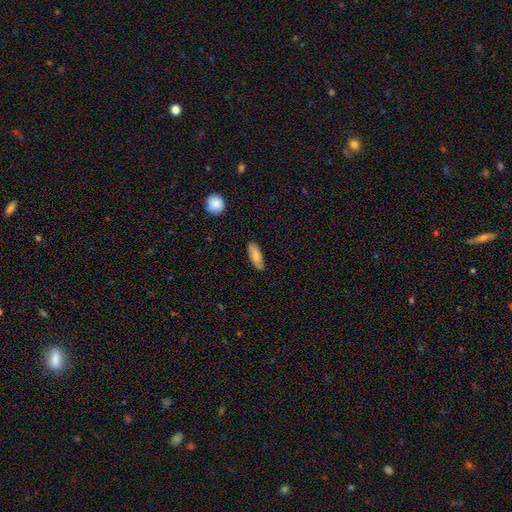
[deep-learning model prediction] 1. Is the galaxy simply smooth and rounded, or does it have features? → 74% smooth, 19% featured or disk, 6% star or artifact.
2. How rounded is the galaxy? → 70% in between, 27% cigar-shaped, 3% round.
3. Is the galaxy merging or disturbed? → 85% none, 12% minor disturbance, 2% major disturbance, 1% merger.